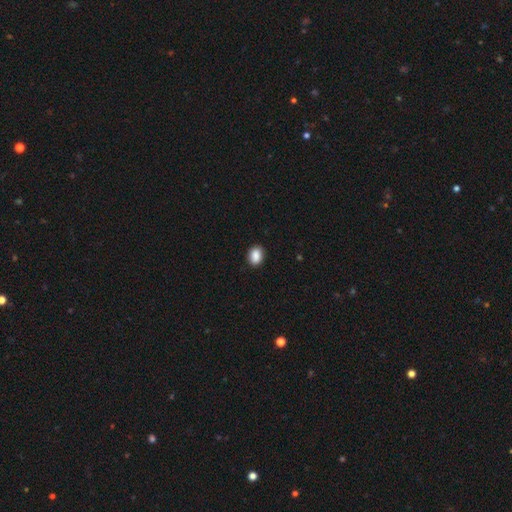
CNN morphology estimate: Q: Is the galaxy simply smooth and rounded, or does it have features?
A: smooth — 89%.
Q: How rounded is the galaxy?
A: in between — 74%.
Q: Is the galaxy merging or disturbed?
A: none — 88%.